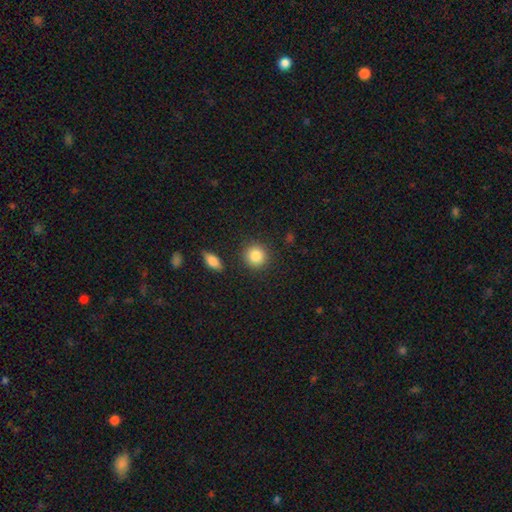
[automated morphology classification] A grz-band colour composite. It shows a smooth galaxy with no disk features (87%) that is round (89%). Merging: none (87%).